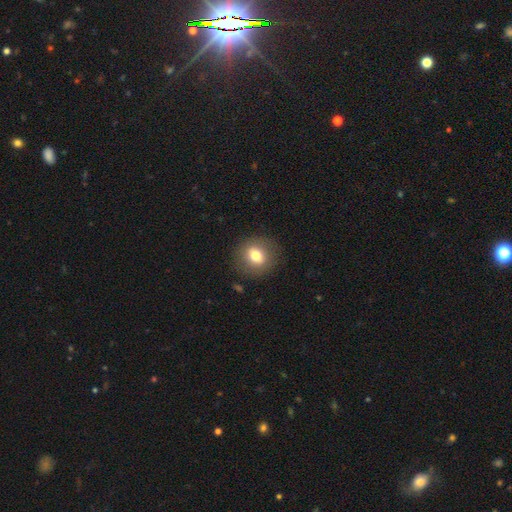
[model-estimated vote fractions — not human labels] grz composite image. It shows a smooth galaxy with no disk features (75%) that is round (77%). Merging: none (87%).